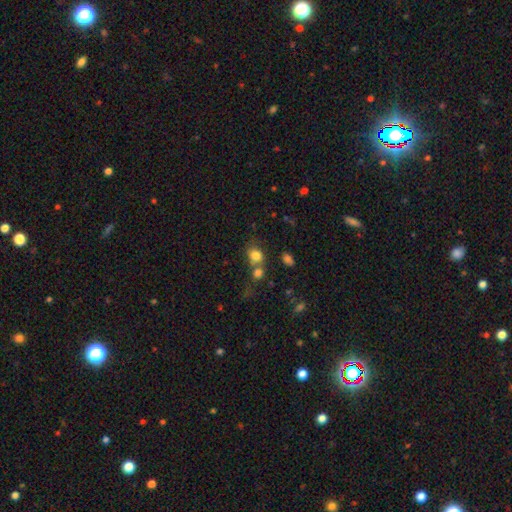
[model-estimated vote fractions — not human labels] Smooth or featured? Predicted: smooth (p=0.80). How rounded? Predicted: round (p=0.60). Merging? Predicted: none (p=0.46).